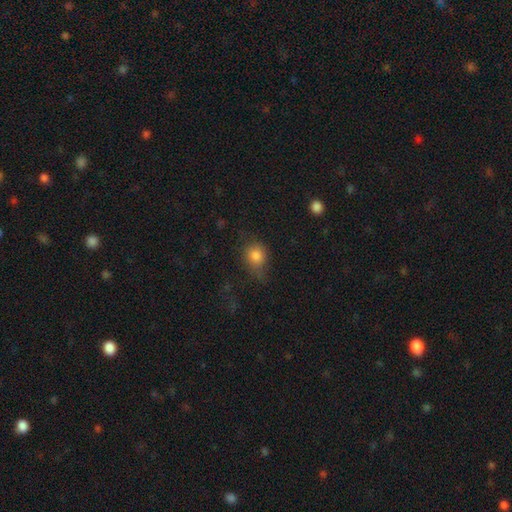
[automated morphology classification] Q: Smooth or featured?
A: smooth (80%); runner-up: star or artifact (11%)
Q: How rounded?
A: round (69%); runner-up: in between (29%)
Q: Merging?
A: none (57%); runner-up: minor disturbance (27%)